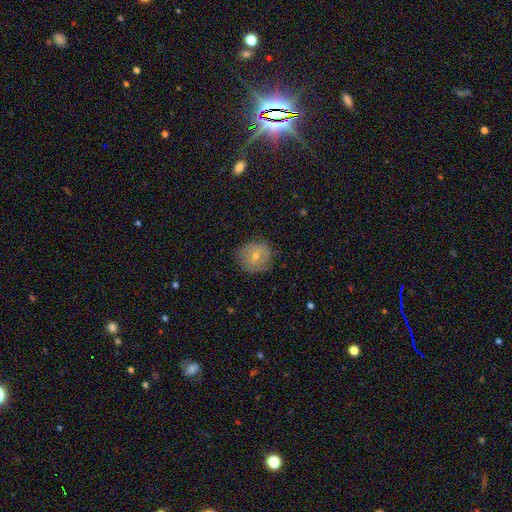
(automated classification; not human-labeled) Morphology: type=smooth (46%); merging=none (82%).